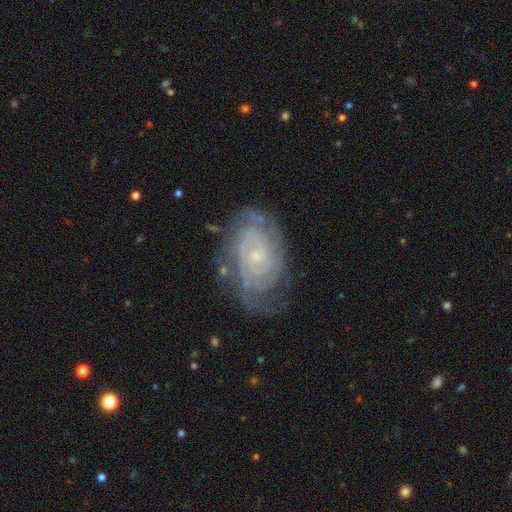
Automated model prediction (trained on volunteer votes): Smooth or featured? featured or disk (84%)
Edge-on disk? no (96%)
Bar? no (76%)
Spiral arms? yes (95%)
Spiral winding? tight (77%)
Spiral arm count? can't tell (38%)
Bulge size? small (78%)
Merging? none (72%)